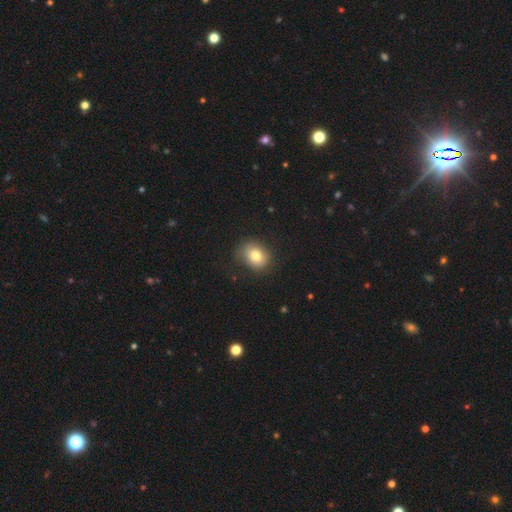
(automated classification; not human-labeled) Q: Smooth or featured?
A: smooth (78%); runner-up: featured or disk (12%)
Q: How rounded?
A: in between (50%); runner-up: round (49%)
Q: Merging?
A: none (78%); runner-up: minor disturbance (16%)